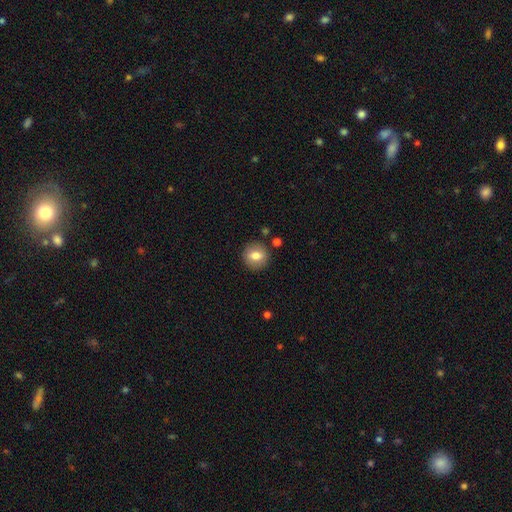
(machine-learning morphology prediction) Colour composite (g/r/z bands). It shows a smooth galaxy with no disk features (75%) that is round (83%). Merging: none (87%).